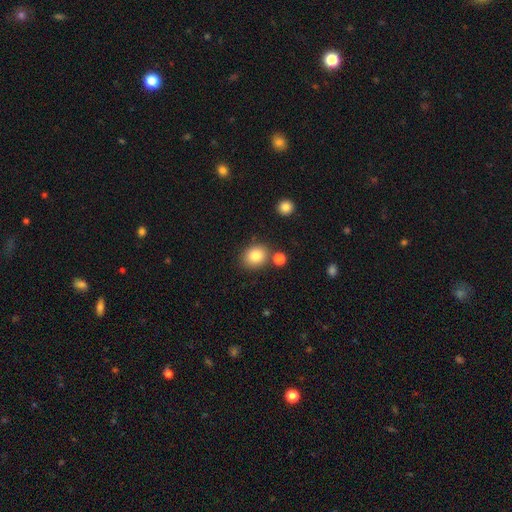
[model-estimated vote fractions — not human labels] A smooth galaxy with no disk features (82%) that is round (63%).

Vote fractions:
- Smooth or featured? smooth: 82% / star or artifact: 10% / featured or disk: 7%
- How rounded? round: 63% / in between: 36% / cigar-shaped: 1%
- Merging? none: 78% / minor disturbance: 10% / merger: 9% / major disturbance: 3%